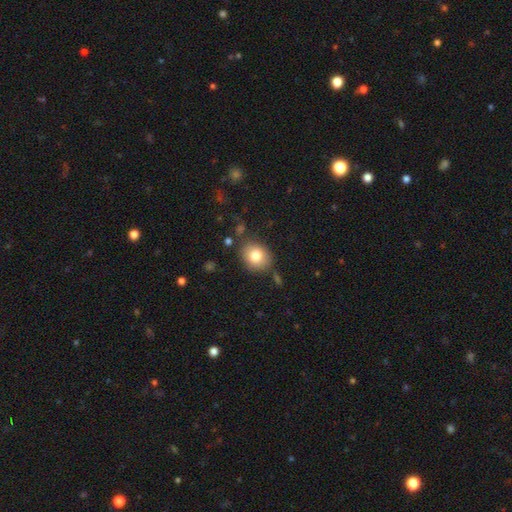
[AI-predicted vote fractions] The model was most divided on "how rounded": round: 60%, in between: 40%, cigar-shaped: 1%. More confident: merging — none (80%); smooth or featured — smooth (80%).